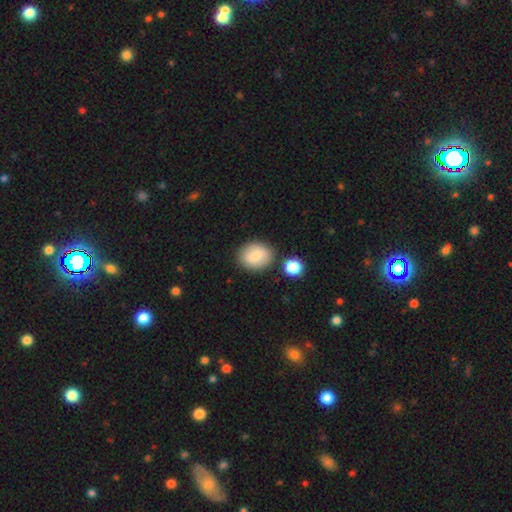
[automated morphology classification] The model was most divided on "how rounded": in between: 56%, round: 42%, cigar-shaped: 1%. More confident: smooth or featured — smooth (80%); merging — none (77%).